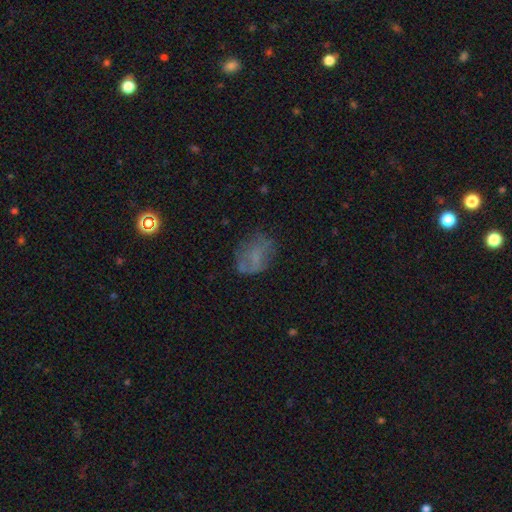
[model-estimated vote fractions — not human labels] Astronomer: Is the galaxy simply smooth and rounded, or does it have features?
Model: smooth — 50% (runner-up: featured or disk, 36%).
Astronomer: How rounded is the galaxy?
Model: in between — 68%.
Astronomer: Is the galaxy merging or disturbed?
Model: none — 54%.